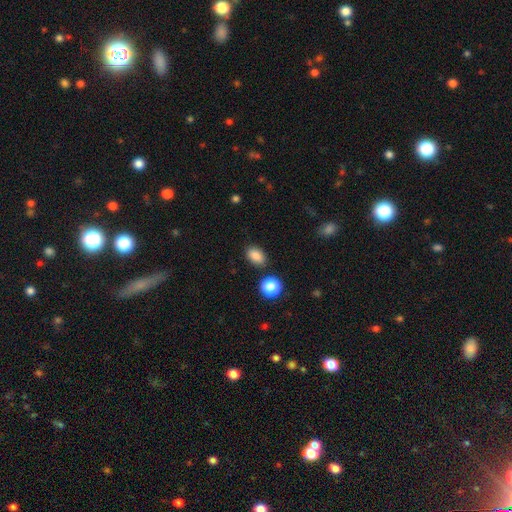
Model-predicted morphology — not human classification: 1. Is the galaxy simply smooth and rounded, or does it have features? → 85% smooth, 10% star or artifact, 5% featured or disk.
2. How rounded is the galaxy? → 82% in between, 17% round, 1% cigar-shaped.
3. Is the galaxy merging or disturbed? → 84% none, 9% minor disturbance, 4% merger, 3% major disturbance.